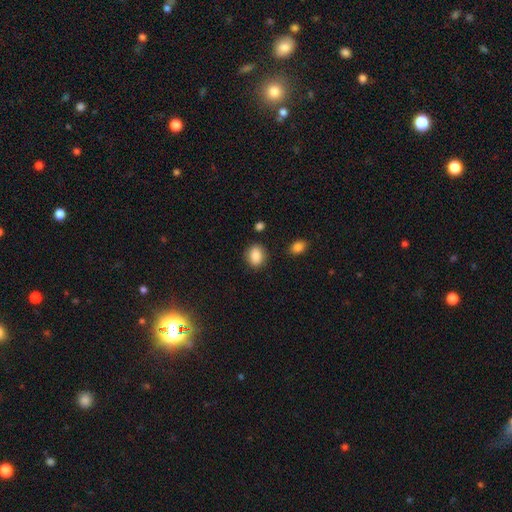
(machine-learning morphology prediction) smooth 88%, star or artifact 8%, featured or disk 4%. Down the decision tree: how rounded — in between (55%); merging — none (82%).